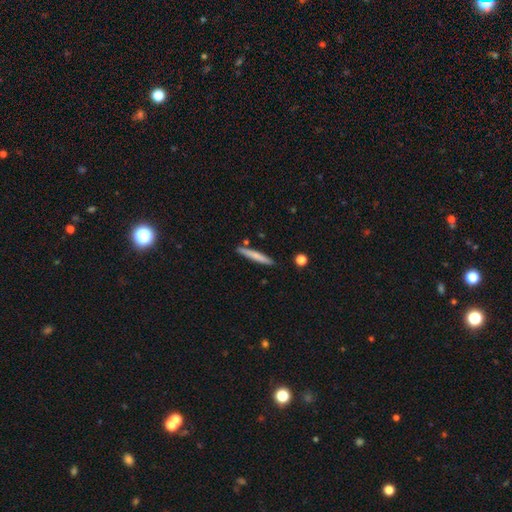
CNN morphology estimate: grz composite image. It shows a smooth galaxy with no disk features (70%) that is cigar-shaped (95%). Merging: none (86%).